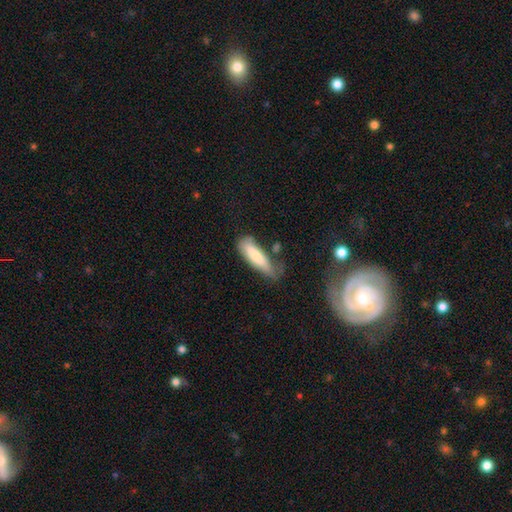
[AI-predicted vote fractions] smooth-or-featured: smooth: 79% | featured or disk: 15% | star or artifact: 6%
  how-rounded: cigar-shaped: 59% | in between: 40% | round: 2%
  merging: none: 40% | minor disturbance: 34% | major disturbance: 18% | merger: 7%